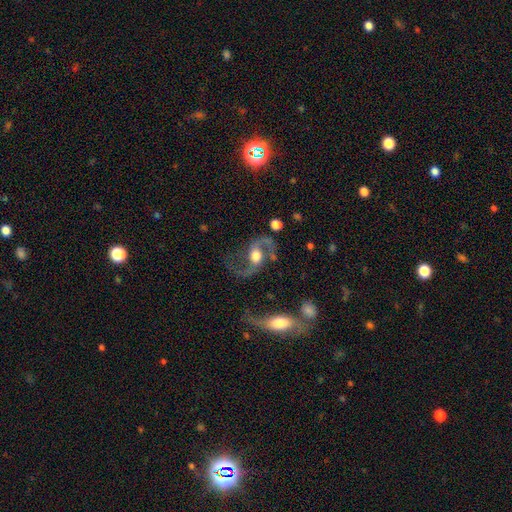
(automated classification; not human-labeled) Smooth or featured?
  - featured or disk: 86% *
  - smooth: 8%
  - star or artifact: 5%
Edge-on disk?
  - no: 97% *
  - yes: 3%
Bar?
  - no: 50% *
  - weak: 35%
  - strong: 14%
Spiral arms?
  - yes: 94% *
  - no: 6%
Spiral winding?
  - loose: 60% *
  - medium: 35%
  - tight: 6%
Spiral arm count?
  - 2: 93% *
  - 1: 2%
  - can't tell: 2%
  - 3: 1%
  - 4: 1%
  - more than 4: 1%
Bulge size?
  - moderate: 59% *
  - large: 29%
  - small: 7%
  - dominant: 3%
  - none: 2%
Merging?
  - none: 62% *
  - major disturbance: 17%
  - minor disturbance: 16%
  - merger: 5%